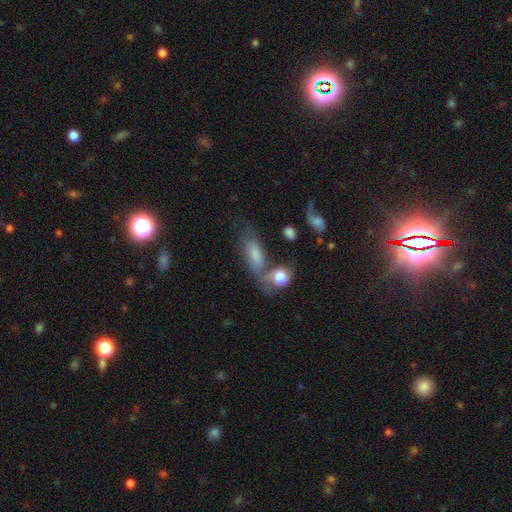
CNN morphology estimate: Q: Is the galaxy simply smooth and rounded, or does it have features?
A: smooth — 50%.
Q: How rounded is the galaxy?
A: in between — 70%.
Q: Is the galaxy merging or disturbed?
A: none — 40%.